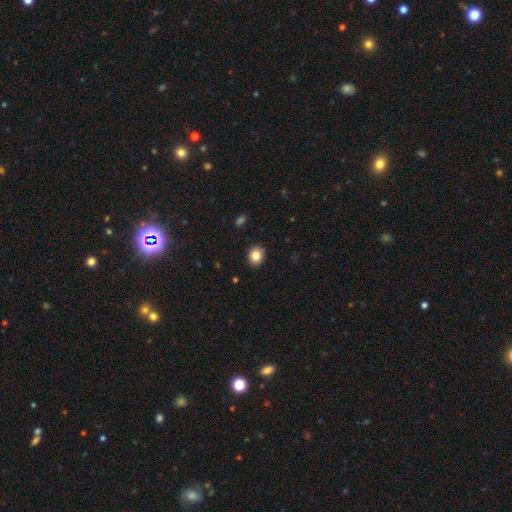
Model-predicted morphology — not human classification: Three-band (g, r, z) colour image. It shows a smooth galaxy with no disk features (84%) that is round (67%). Merging: none (90%).